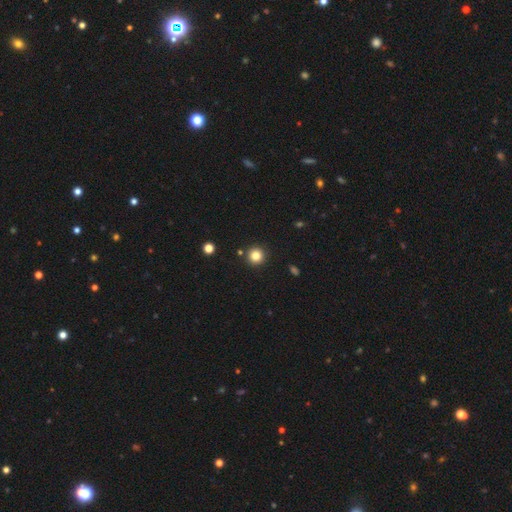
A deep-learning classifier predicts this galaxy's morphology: smooth 82%, star or artifact 13%, featured or disk 5%. Down the decision tree: how rounded — round (95%); merging — none (90%).